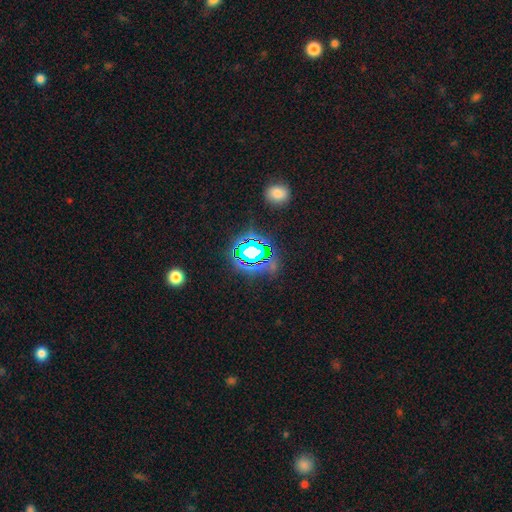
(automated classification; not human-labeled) smooth_or_featured: star or artifact (p=0.77) [alt: smooth p=0.16]